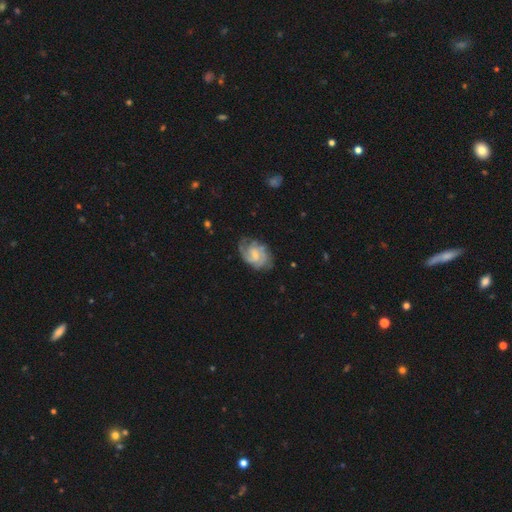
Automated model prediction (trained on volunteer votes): This is likely a featured or disk galaxy (77%). It is clearly not viewed edge-on (98%). Bar: possibly weak (51%). Spiral arm pattern: clearly yes (93%). Spiral arm count: possibly 2 (46%). Spiral winding: possibly tight (49%). Central bulge: possibly small (46%). Merging: likely none (67%).